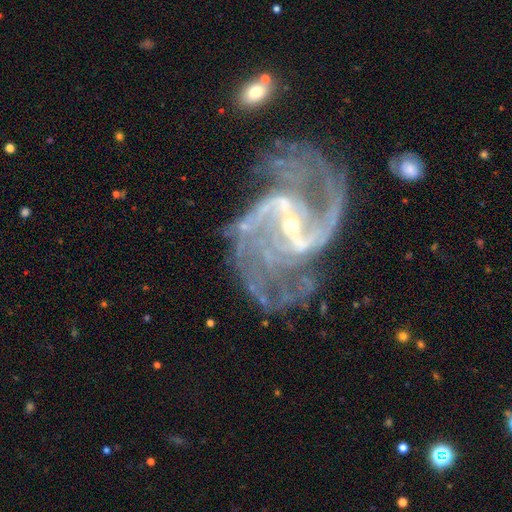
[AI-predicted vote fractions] Q: Smooth or featured?
A: featured or disk (92%); runner-up: star or artifact (6%)
Q: Edge-on disk?
A: no (98%); runner-up: yes (2%)
Q: Bar?
A: strong (52%); runner-up: weak (35%)
Q: Spiral arms?
A: yes (98%); runner-up: no (2%)
Q: Spiral winding?
A: medium (46%); runner-up: loose (38%)
Q: Spiral arm count?
A: 2 (71%); runner-up: can't tell (7%)
Q: Bulge size?
A: small (81%); runner-up: moderate (14%)
Q: Merging?
A: none (56%); runner-up: major disturbance (20%)